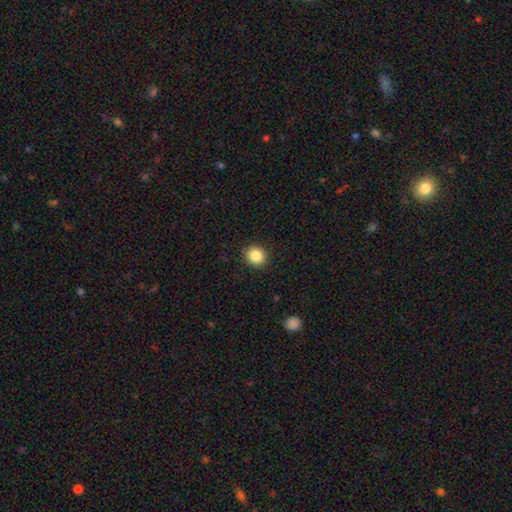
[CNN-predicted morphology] Overall: smooth (85%). How rounded: round (87%). Merging: none (92%).